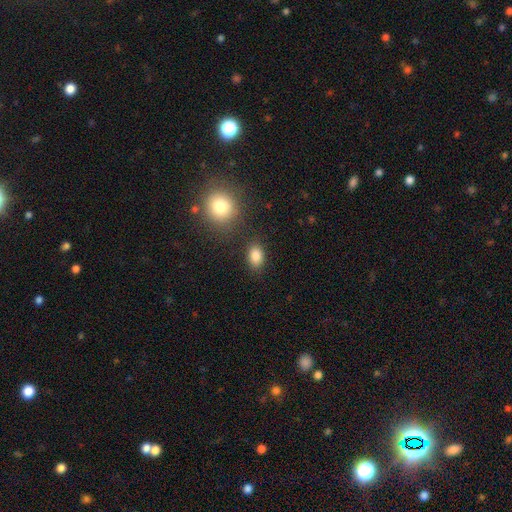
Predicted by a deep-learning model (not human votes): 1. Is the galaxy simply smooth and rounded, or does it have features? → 85% smooth, 10% star or artifact, 5% featured or disk.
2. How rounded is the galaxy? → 80% in between, 19% round, 1% cigar-shaped.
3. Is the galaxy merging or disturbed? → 82% none, 11% minor disturbance, 4% merger, 3% major disturbance.